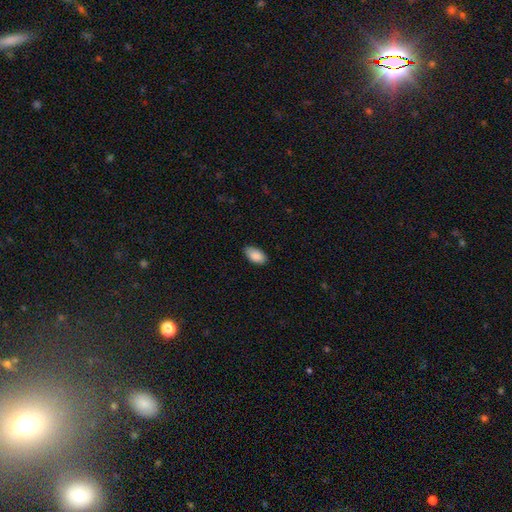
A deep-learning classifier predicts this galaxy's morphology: Overall: smooth (89%). How rounded: in between (94%). Merging: none (81%).